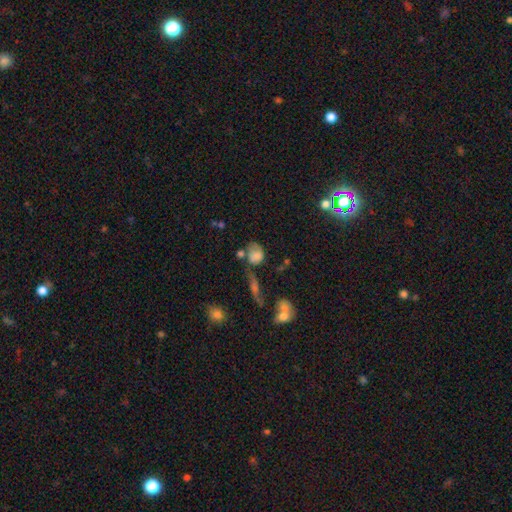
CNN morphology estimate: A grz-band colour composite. It shows a smooth galaxy with no disk features (67%) that is in between round and cigar-shaped (57%). Merging: none (36%).